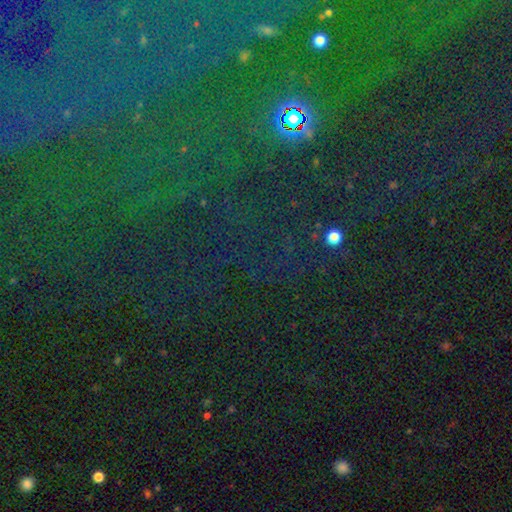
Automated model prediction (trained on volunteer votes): A star or artifact, not a galaxy (82%).

Vote fractions:
- Smooth or featured? star or artifact: 82% / smooth: 10% / featured or disk: 8%